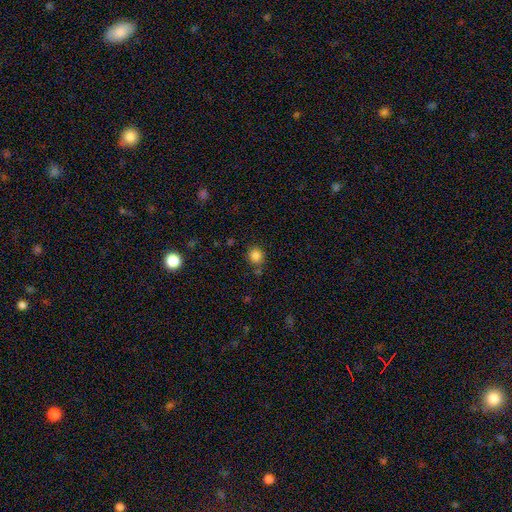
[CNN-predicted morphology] A smooth galaxy with no disk features (84%) that is round (86%). Merging: none (75%).